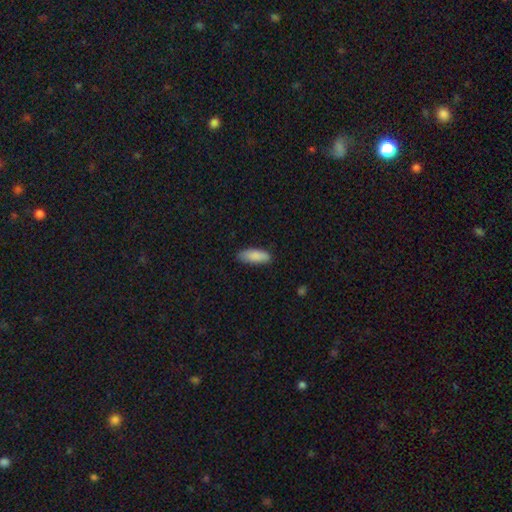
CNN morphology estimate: This is clearly a smooth galaxy (88%). How rounded: likely in between (65%). Merging: clearly none (81%).